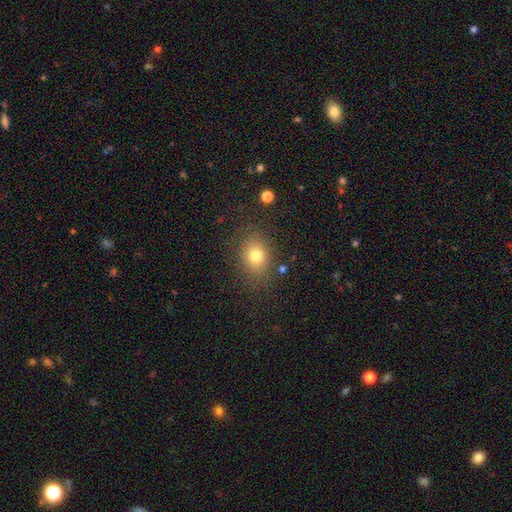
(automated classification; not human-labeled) Morphology: type=smooth (78%); roundness=in between (51%); merging=none (82%).